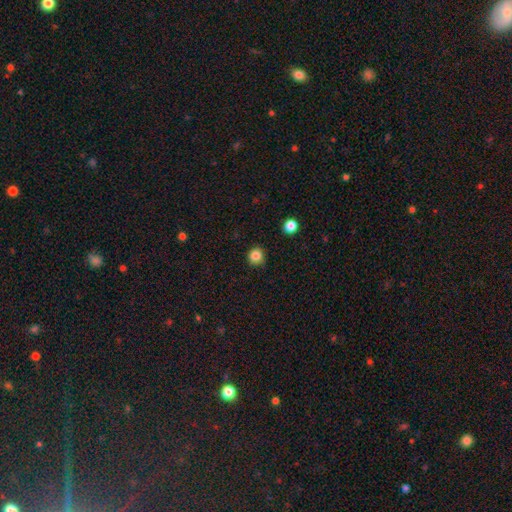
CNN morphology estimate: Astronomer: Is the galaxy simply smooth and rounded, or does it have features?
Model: smooth — 84%.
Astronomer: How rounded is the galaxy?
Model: round — 91%.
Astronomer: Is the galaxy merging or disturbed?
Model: none — 86%.